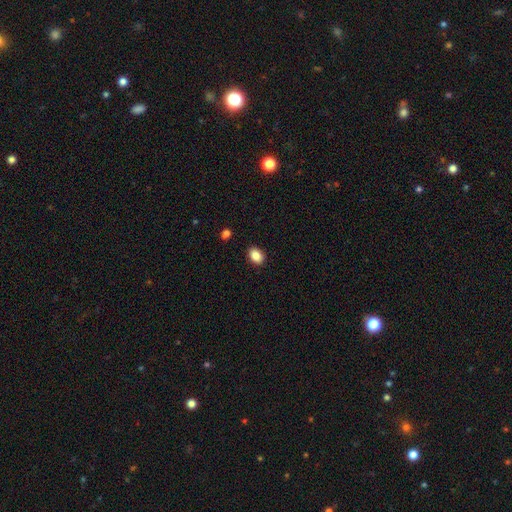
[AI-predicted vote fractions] Q: Smooth or featured?
A: smooth (87%); runner-up: star or artifact (8%)
Q: How rounded?
A: in between (71%); runner-up: round (28%)
Q: Merging?
A: none (89%); runner-up: minor disturbance (8%)